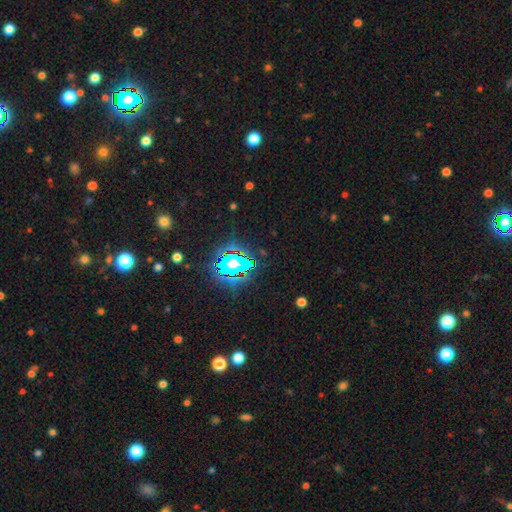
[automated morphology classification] Smooth or featured: star or artifact — 82% (smooth — 10%)